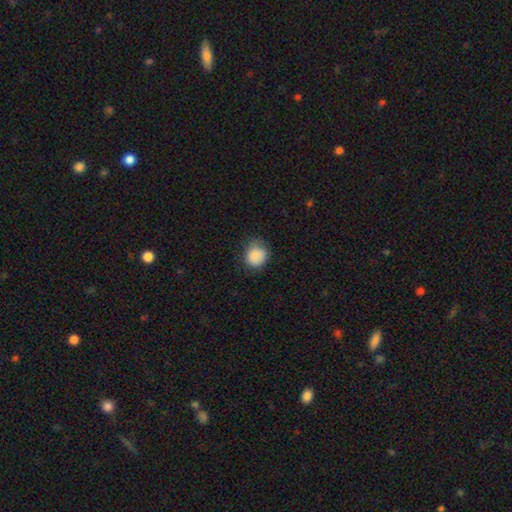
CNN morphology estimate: Smooth or featured? smooth (87%)
How rounded? round (77%)
Merging? none (68%)